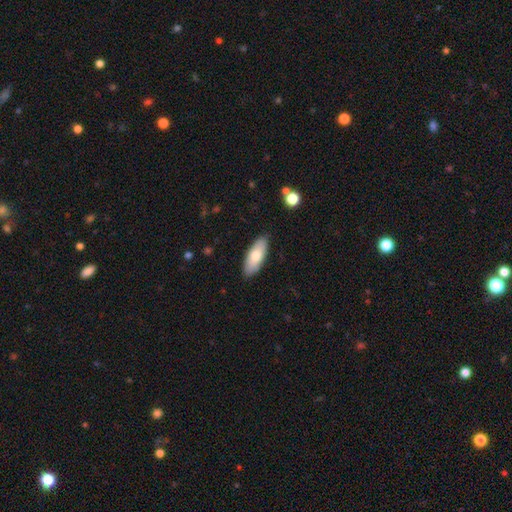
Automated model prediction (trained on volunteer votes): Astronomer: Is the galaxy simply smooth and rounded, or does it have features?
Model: smooth — 74%.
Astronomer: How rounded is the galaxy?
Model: in between — 77%.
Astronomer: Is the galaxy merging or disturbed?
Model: none — 88%.